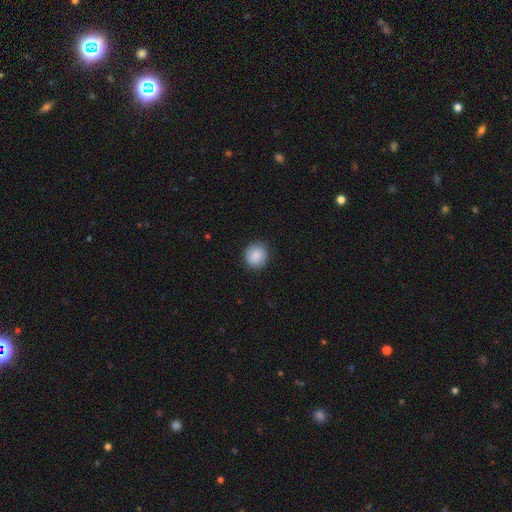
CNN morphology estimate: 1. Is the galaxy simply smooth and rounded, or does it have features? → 87% smooth, 7% star or artifact, 6% featured or disk.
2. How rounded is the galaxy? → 89% round, 10% in between, 1% cigar-shaped.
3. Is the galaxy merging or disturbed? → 89% none, 8% minor disturbance, 2% major disturbance, 1% merger.